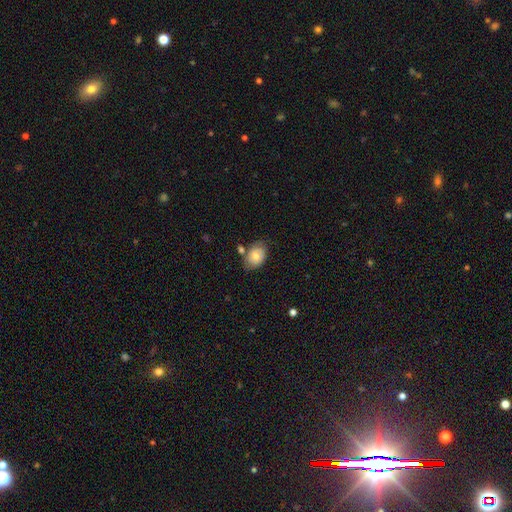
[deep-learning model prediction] Smooth or featured? Predicted: smooth (p=0.67). How rounded? Predicted: in between (p=0.78). Merging? Predicted: none (p=0.62).